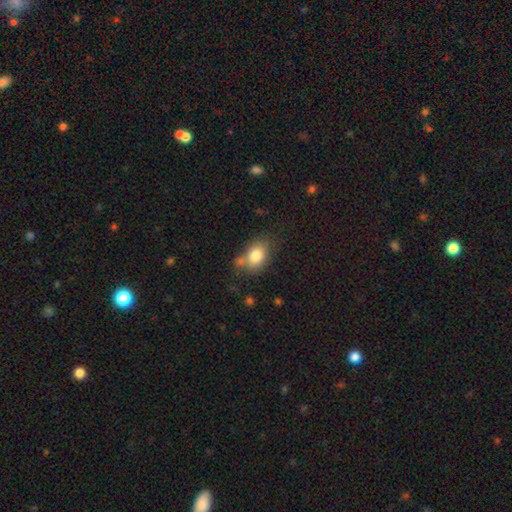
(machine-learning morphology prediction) The model was most divided on "merging": none: 61%, minor disturbance: 20%, merger: 13%, major disturbance: 6%. More confident: smooth or featured — smooth (81%); how rounded — in between (73%).